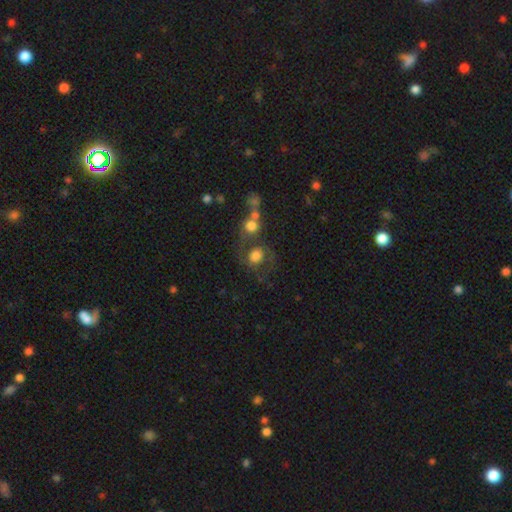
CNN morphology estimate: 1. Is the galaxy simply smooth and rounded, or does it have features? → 64% smooth, 25% featured or disk, 12% star or artifact.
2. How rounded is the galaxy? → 71% round, 28% in between, 1% cigar-shaped.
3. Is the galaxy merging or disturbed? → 40% none, 30% merger, 16% major disturbance, 14% minor disturbance.